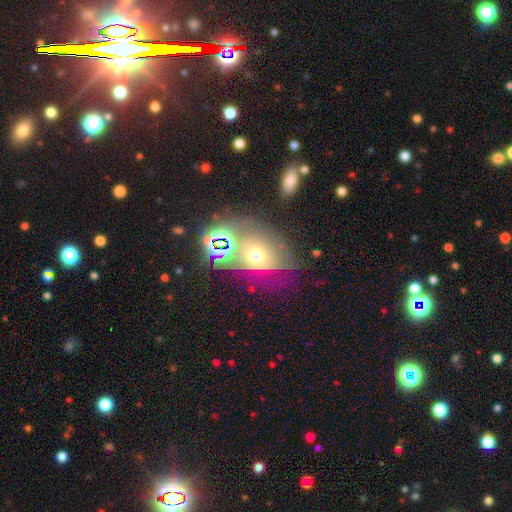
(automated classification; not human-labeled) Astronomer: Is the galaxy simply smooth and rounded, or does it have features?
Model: smooth — 35% (runner-up: featured or disk, 33%).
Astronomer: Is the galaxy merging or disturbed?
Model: none — 45% (runner-up: minor disturbance, 22%).